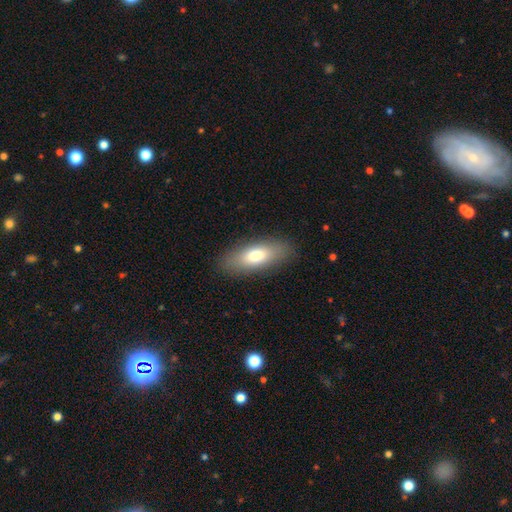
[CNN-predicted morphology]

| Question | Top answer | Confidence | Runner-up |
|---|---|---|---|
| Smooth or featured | smooth | 75% | featured or disk (18%) |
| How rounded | in between | 73% | cigar-shaped (25%) |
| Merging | none | 87% | minor disturbance (9%) |